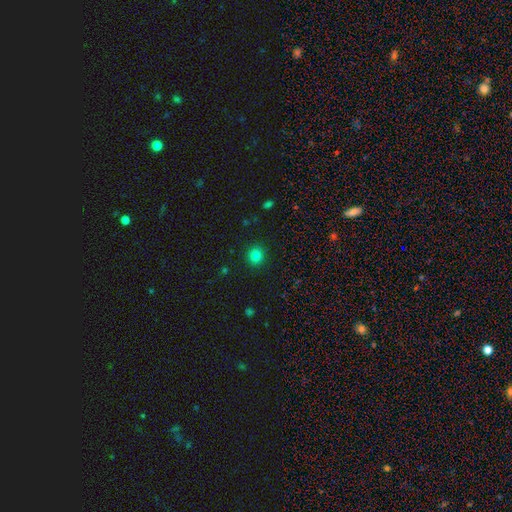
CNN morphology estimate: The model was most divided on "smooth or featured": smooth: 82%, star or artifact: 14%, featured or disk: 4%. More confident: merging — none (91%); how rounded — round (85%).